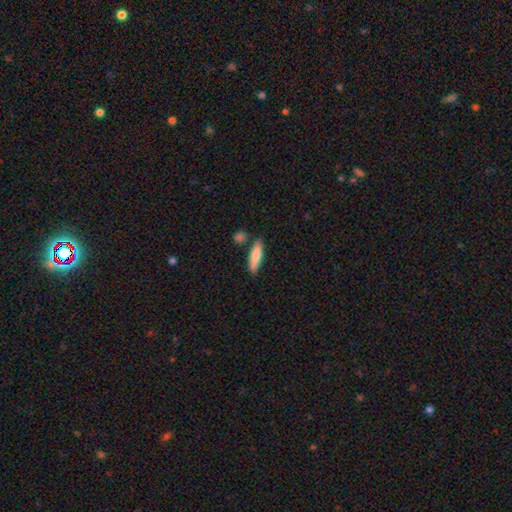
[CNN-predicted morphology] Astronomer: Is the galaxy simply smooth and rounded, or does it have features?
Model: smooth — 80%.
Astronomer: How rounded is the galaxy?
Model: cigar-shaped — 70%.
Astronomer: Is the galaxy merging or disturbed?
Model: none — 79%.